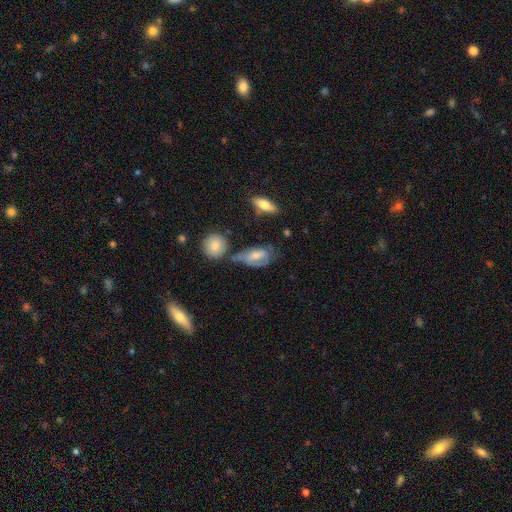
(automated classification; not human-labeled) Smooth or featured? Predicted: smooth (p=0.54). How rounded? Predicted: in between (p=0.86). Merging? Predicted: none (p=0.33).